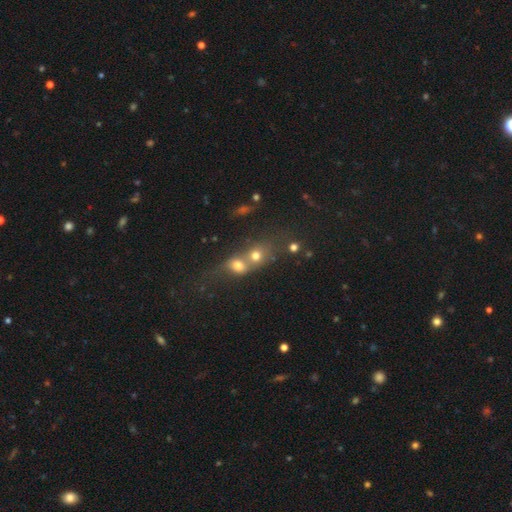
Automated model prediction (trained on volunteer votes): Q: Smooth or featured?
A: smooth (69%); runner-up: featured or disk (16%)
Q: How rounded?
A: round (67%); runner-up: in between (31%)
Q: Merging?
A: merger (67%); runner-up: none (22%)